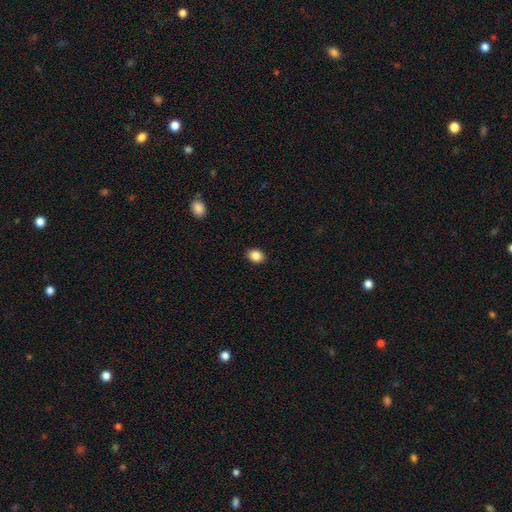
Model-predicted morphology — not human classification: Smooth or featured? smooth (87%)
How rounded? in between (61%)
Merging? none (90%)